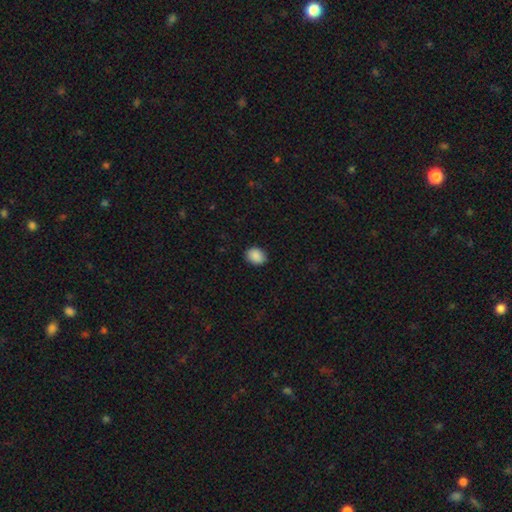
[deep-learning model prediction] The model was most divided on "how rounded": in between: 56%, round: 43%, cigar-shaped: 1%. More confident: smooth or featured — smooth (89%); merging — none (87%).